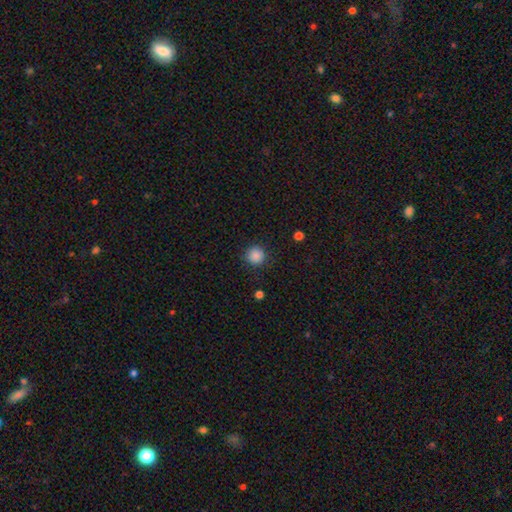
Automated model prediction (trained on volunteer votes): Q: Smooth or featured?
A: smooth (87%); runner-up: star or artifact (10%)
Q: How rounded?
A: round (94%); runner-up: in between (5%)
Q: Merging?
A: none (89%); runner-up: minor disturbance (7%)